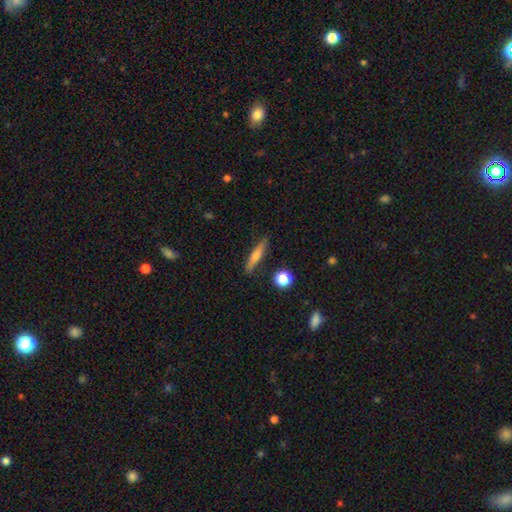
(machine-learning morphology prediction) The model was most divided on "smooth or featured": smooth: 59%, featured or disk: 33%, star or artifact: 8%. More confident: merging — none (87%); how rounded — cigar-shaped (86%).